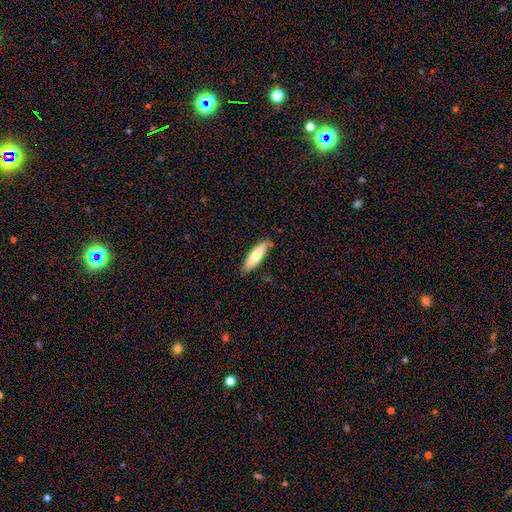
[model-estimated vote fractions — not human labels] Smooth or featured? Predicted: smooth (p=0.70). How rounded? Predicted: cigar-shaped (p=0.63). Merging? Predicted: none (p=0.87).